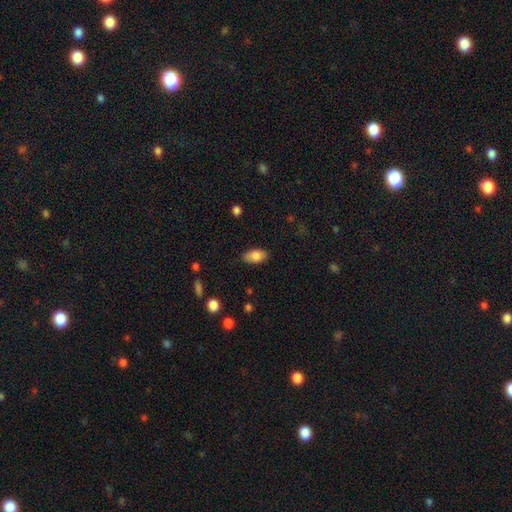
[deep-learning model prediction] smooth 83%, featured or disk 10%, star or artifact 7%. Down the decision tree: how rounded — in between (92%); merging — none (85%).